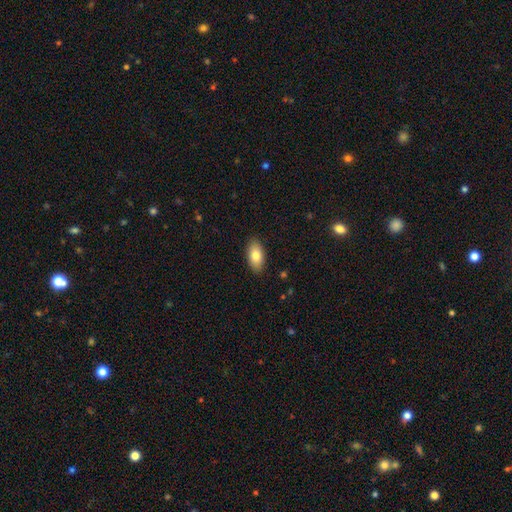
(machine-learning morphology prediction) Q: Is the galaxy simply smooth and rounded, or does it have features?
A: smooth — 80%.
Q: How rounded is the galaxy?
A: in between — 91%.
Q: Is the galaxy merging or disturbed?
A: none — 89%.